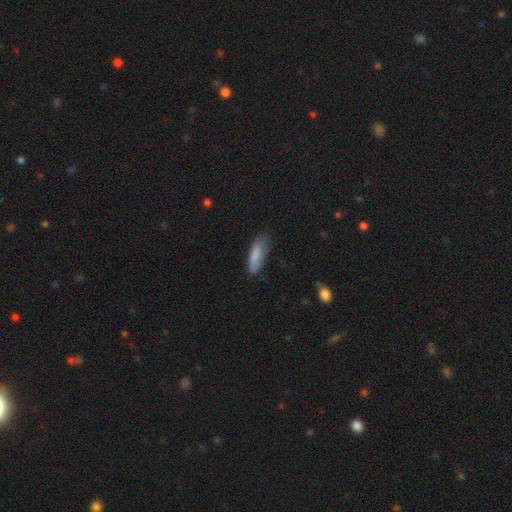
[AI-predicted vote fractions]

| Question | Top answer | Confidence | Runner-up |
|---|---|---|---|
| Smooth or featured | smooth | 83% | featured or disk (10%) |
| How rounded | in between | 53% | cigar-shaped (45%) |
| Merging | none | 65% | minor disturbance (27%) |